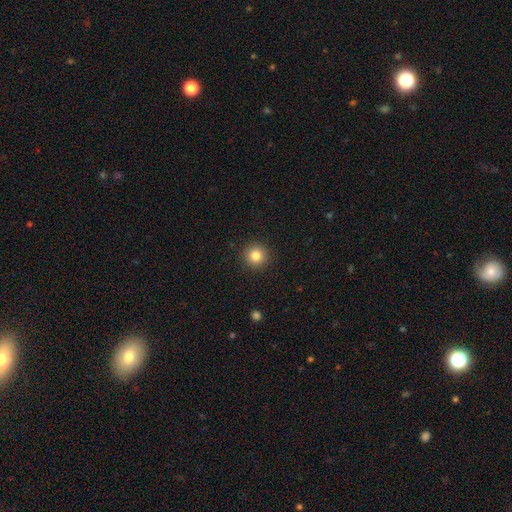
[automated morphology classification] Overall: smooth (84%). How rounded: round (95%). Merging: none (92%).